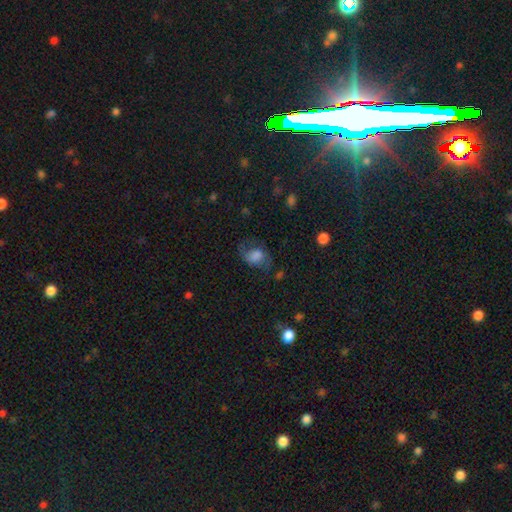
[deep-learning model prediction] The model was most divided on "smooth or featured": smooth: 48%, featured or disk: 40%, star or artifact: 11%. More confident: merging — none (54%).